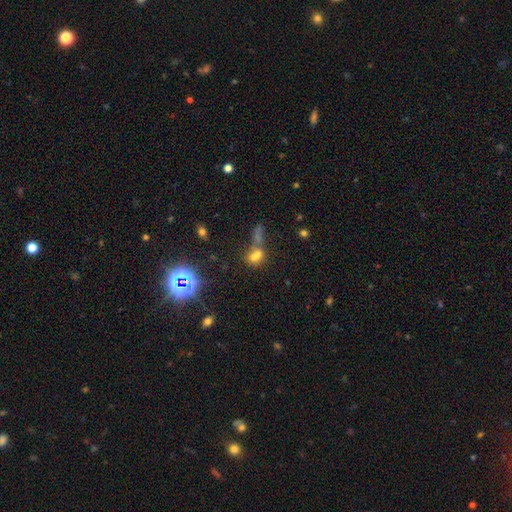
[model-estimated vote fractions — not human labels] smooth-or-featured: smooth: 60% | star or artifact: 22% | featured or disk: 19%
  how-rounded: in between: 59% | round: 35% | cigar-shaped: 6%
  merging: merger: 64% | none: 22% | major disturbance: 7% | minor disturbance: 7%